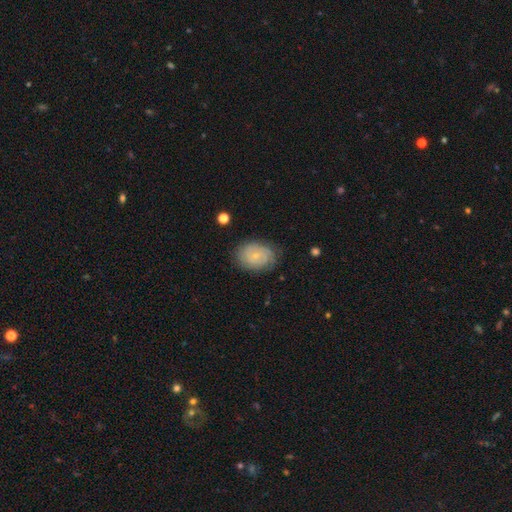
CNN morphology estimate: type=featured or disk (61%); edge-on=no (97%); bar=no (77%); spiral arms=yes (87%); winding=tight (68%); arm count=can't tell (41%); bulge=small (78%); merging=none (76%).